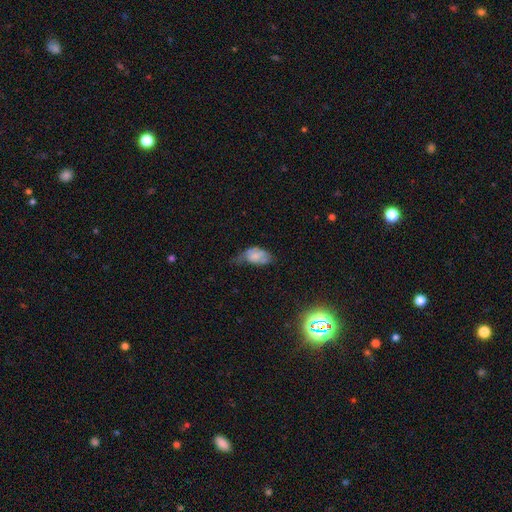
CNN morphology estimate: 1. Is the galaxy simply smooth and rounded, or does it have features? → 63% smooth, 27% featured or disk, 10% star or artifact.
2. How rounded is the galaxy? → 91% in between, 5% round, 3% cigar-shaped.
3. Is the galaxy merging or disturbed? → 41% minor disturbance, 32% major disturbance, 23% none, 4% merger.